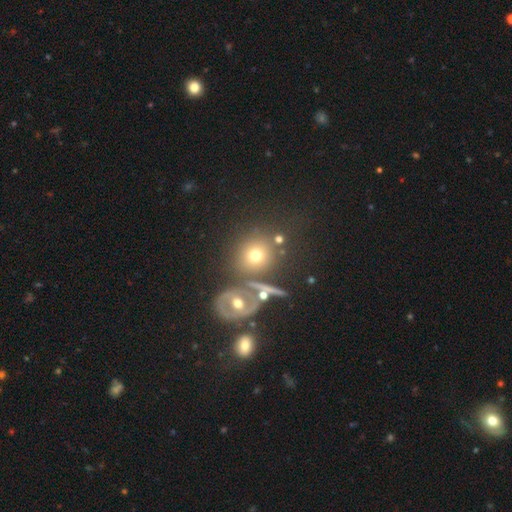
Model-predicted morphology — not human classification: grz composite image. It shows a smooth galaxy with no disk features (60%) that is round (76%). Merging: none (62%).